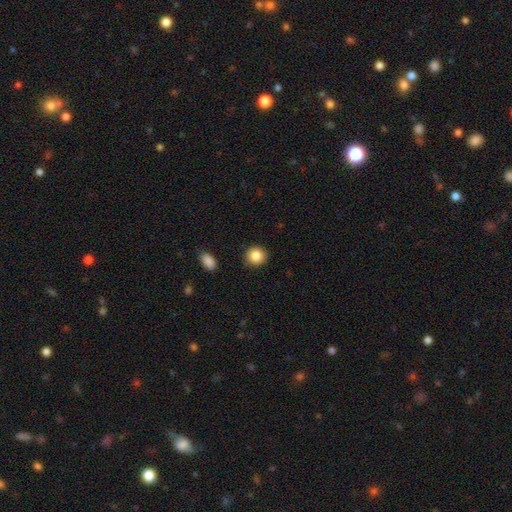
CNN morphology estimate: This appears to be a smooth galaxy with no disk features (85%) that is round (90%). Merging: none (89%).